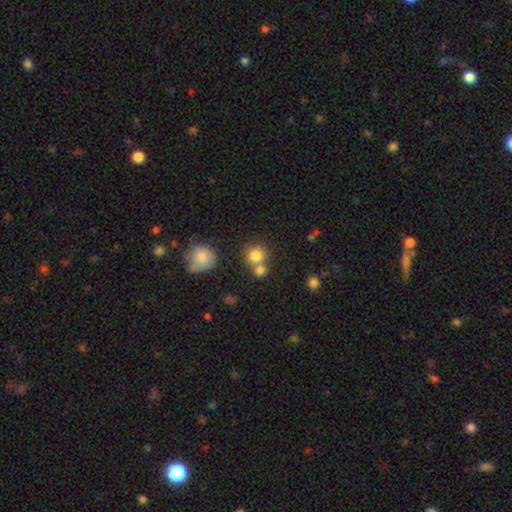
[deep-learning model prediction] Overall: smooth (80%). How rounded: round (88%). Merging: none (53%; merger 35%).